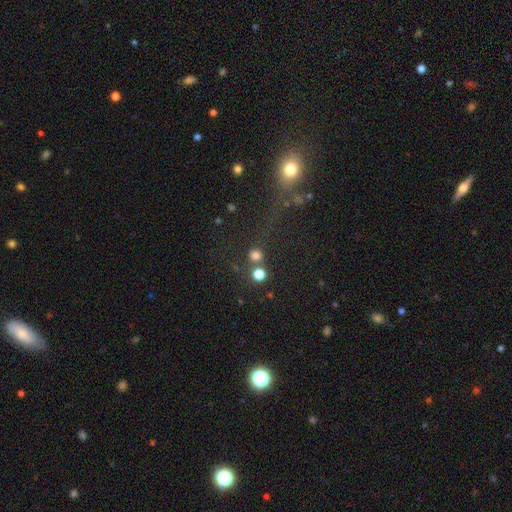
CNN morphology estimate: Smooth or featured? Predicted: smooth (p=0.75). How rounded? Predicted: round (p=0.90). Merging? Predicted: none (p=0.69).